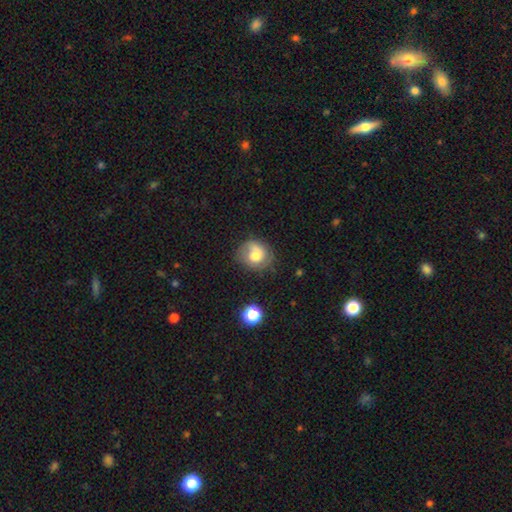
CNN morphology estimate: smooth 57%, featured or disk 33%, star or artifact 10%. Down the decision tree: how rounded — round (75%); merging — none (57%).